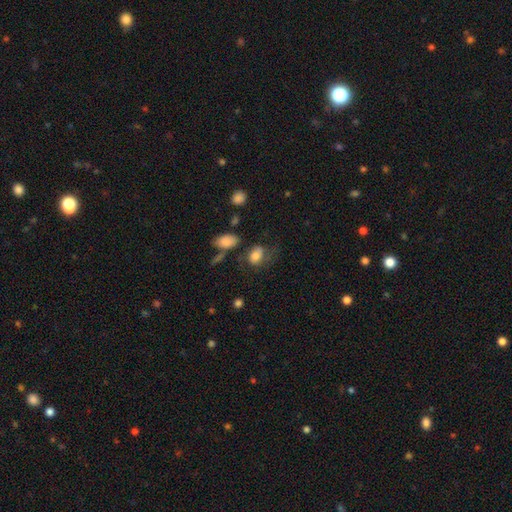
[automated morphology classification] Smooth or featured? smooth (71%)
How rounded? in between (72%)
Merging? none (41%)